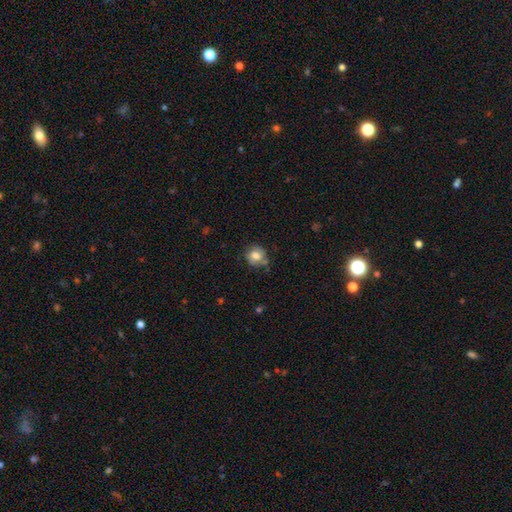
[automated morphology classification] Q: Smooth or featured?
A: smooth (72%); runner-up: featured or disk (19%)
Q: How rounded?
A: round (77%); runner-up: in between (22%)
Q: Merging?
A: none (66%); runner-up: minor disturbance (23%)